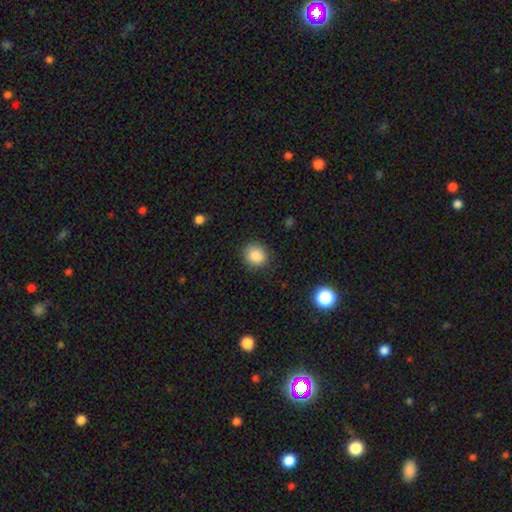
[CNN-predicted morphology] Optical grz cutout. It shows a smooth galaxy with no disk features (87%) that is round (77%). Merging: none (87%).